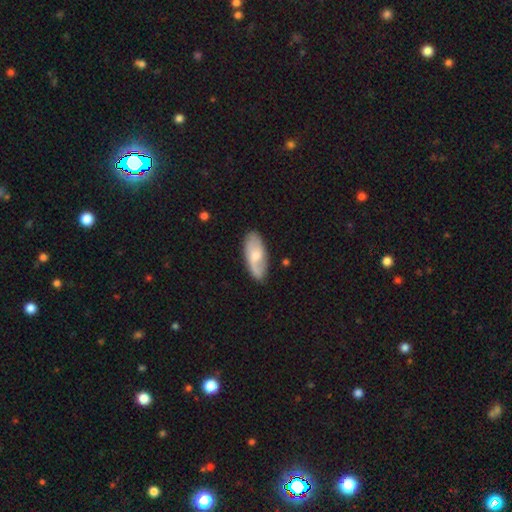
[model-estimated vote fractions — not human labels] This appears to be a featured or disk galaxy (51%). Merging: none (78%).